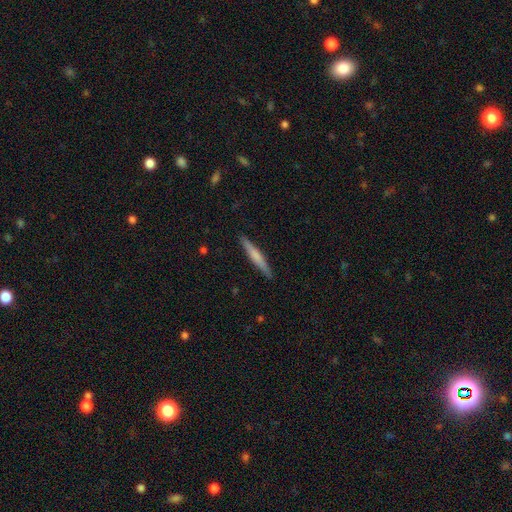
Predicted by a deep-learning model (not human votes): smooth-or-featured: smooth: 56% | featured or disk: 39% | star or artifact: 5%
  how-rounded: cigar-shaped: 95% | in between: 4% | round: 1%
  merging: none: 90% | minor disturbance: 7% | major disturbance: 1% | merger: 1%